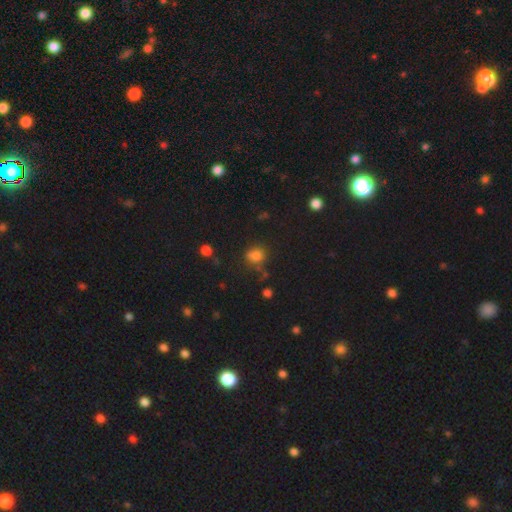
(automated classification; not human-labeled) A smooth galaxy with no disk features (76%) that is round (72%).

Vote fractions:
- Smooth or featured? smooth: 76% / star or artifact: 17% / featured or disk: 7%
- How rounded? round: 72% / in between: 27% / cigar-shaped: 1%
- Merging? none: 63% / minor disturbance: 17% / merger: 13% / major disturbance: 7%